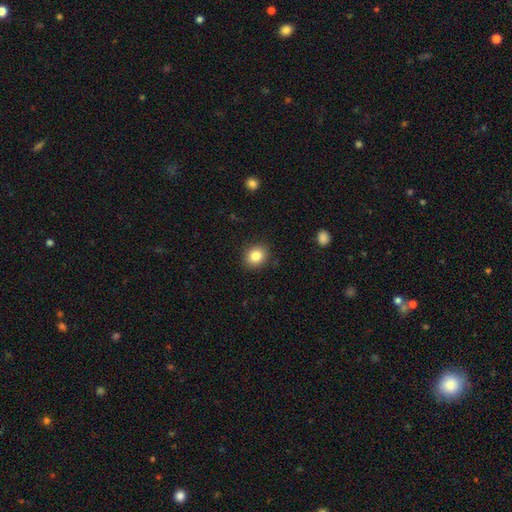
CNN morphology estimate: Smooth or featured: smooth — 83% (star or artifact — 10%)
How rounded: round — 67% (in between — 33%)
Merging: none — 89% (minor disturbance — 8%)